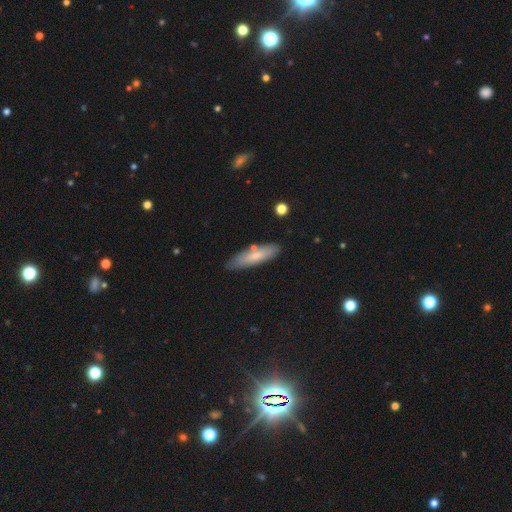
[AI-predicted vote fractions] smooth 71%, featured or disk 23%, star or artifact 7%. Down the decision tree: how rounded — cigar-shaped (69%); merging — none (80%).